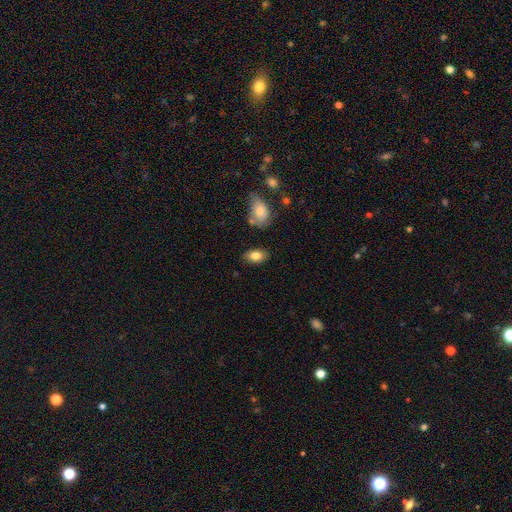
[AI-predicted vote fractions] Smooth or featured: smooth — 80% (featured or disk — 12%)
How rounded: in between — 90% (round — 7%)
Merging: none — 80% (minor disturbance — 13%)